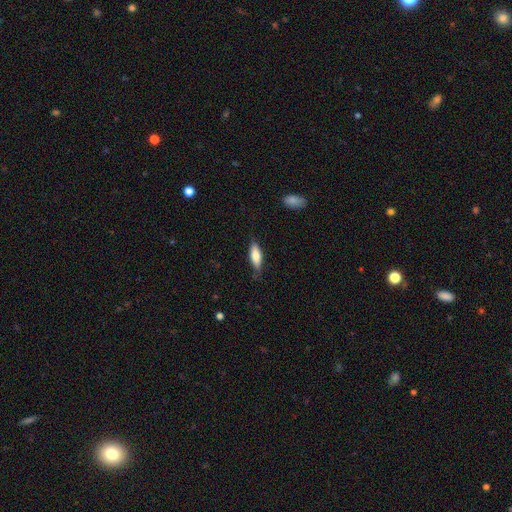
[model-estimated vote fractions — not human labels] Smooth or featured? smooth (75%)
How rounded? in between (58%)
Merging? none (77%)